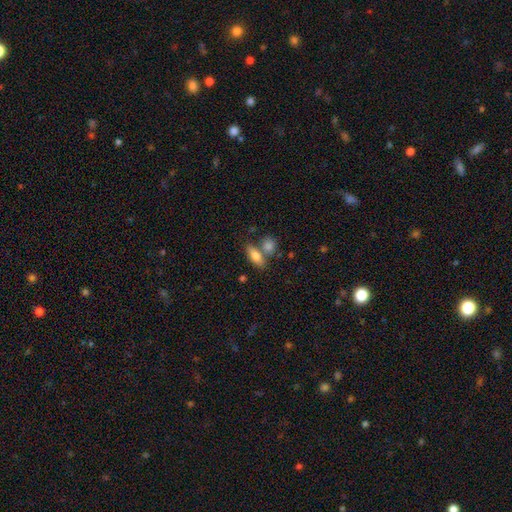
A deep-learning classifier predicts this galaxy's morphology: This appears to be a smooth galaxy with no disk features (78%) that is in between round and cigar-shaped (73%). Merging: none (55%).